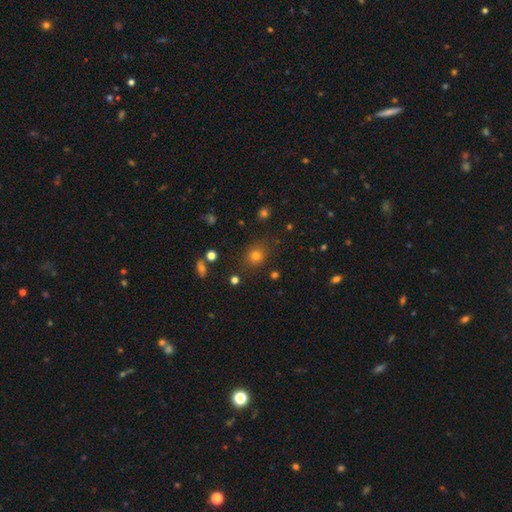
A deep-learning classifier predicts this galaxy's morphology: Smooth or featured? Predicted: smooth (p=0.75). How rounded? Predicted: round (p=0.79). Merging? Predicted: none (p=0.84).